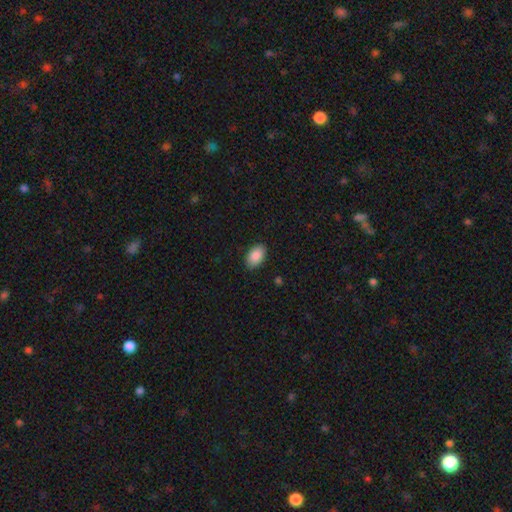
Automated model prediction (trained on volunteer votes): This appears to be a smooth galaxy with no disk features (89%) that is in between round and cigar-shaped (92%). Merging: none (88%).